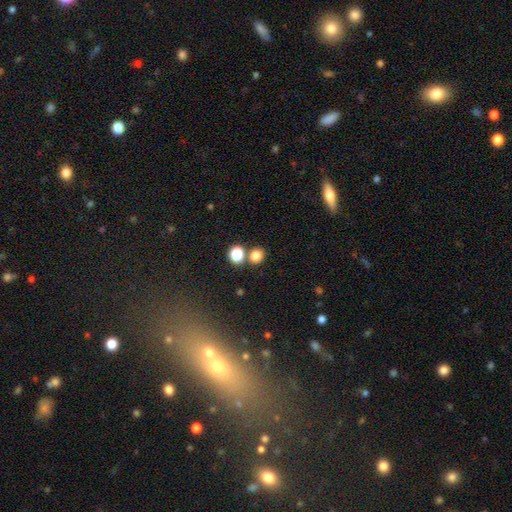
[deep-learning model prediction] Smooth or featured: smooth — 81% (star or artifact — 14%)
How rounded: round — 75% (in between — 24%)
Merging: none — 67% (merger — 22%)